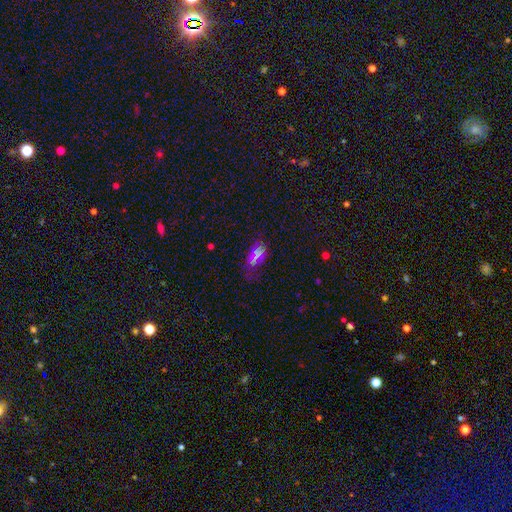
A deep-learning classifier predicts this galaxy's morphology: smooth 58%, star or artifact 32%, featured or disk 11%. Down the decision tree: how rounded — in between (85%); merging — none (69%).